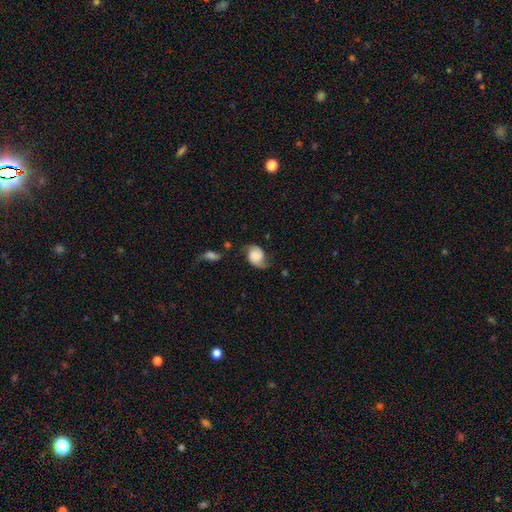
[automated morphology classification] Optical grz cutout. It shows a featured or disk galaxy (54%) with no bar (73%), spiral arms (91%) and no central bulge (31%). Merging: none (51%).